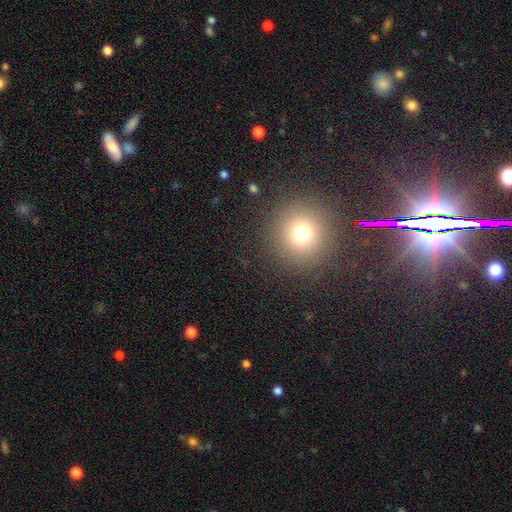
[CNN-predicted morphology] Overall: smooth (49%; star or artifact 40%). Merging: none (89%).